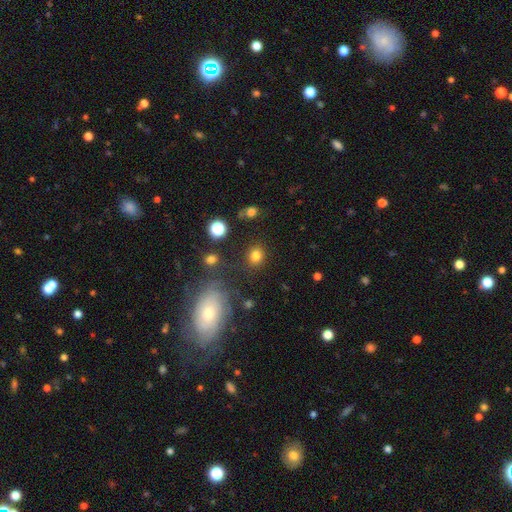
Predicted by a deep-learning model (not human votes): This is likely a smooth galaxy (79%). How rounded: likely round (67%). Merging: clearly none (83%).